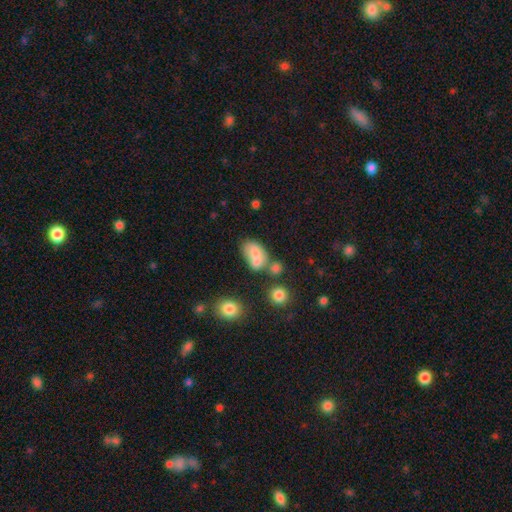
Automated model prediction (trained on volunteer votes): Smooth or featured: smooth — 71% (featured or disk — 18%)
How rounded: in between — 85% (round — 13%)
Merging: merger — 36% (none — 35%)